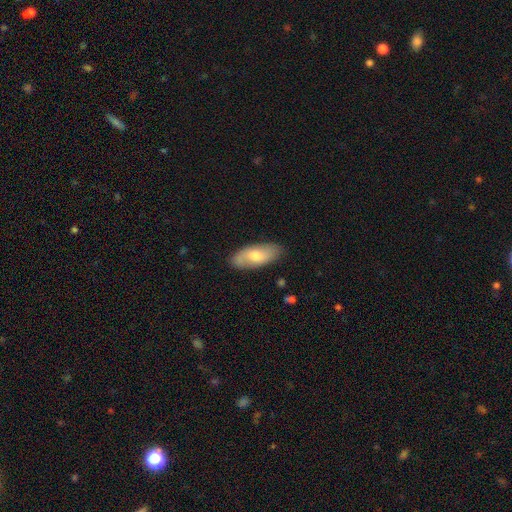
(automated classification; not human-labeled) Smooth or featured? Predicted: smooth (p=0.62). How rounded? Predicted: in between (p=0.84). Merging? Predicted: none (p=0.82).